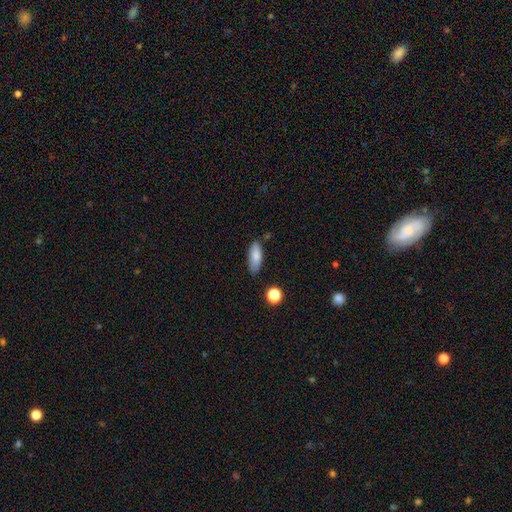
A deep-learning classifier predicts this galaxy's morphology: type=smooth (82%); roundness=in between (78%); merging=none (72%).